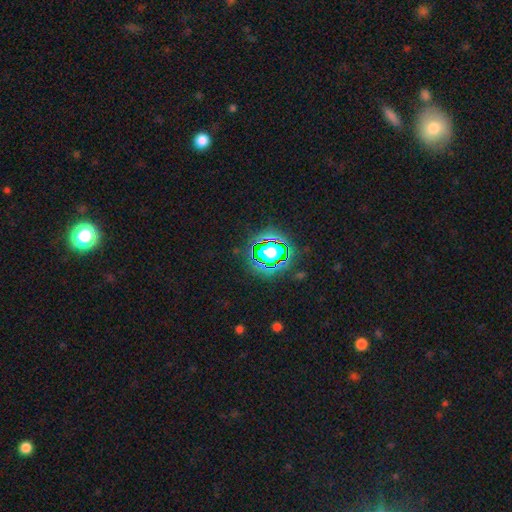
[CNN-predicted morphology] This appears to be a star or artifact, not a galaxy (80%).